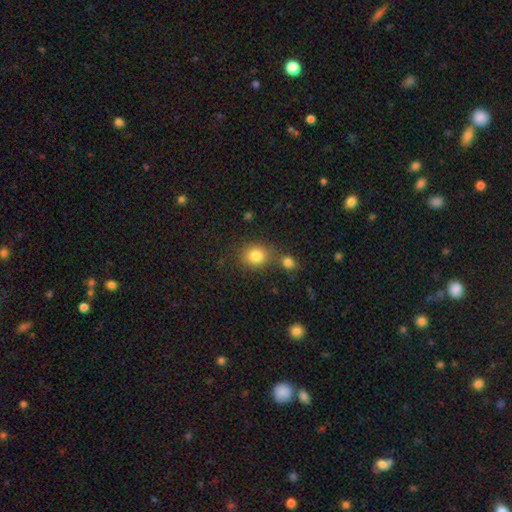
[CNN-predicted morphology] Smooth or featured?
  - smooth: 83% *
  - star or artifact: 11%
  - featured or disk: 7%
How rounded?
  - round: 78% *
  - in between: 21%
  - cigar-shaped: 1%
Merging?
  - none: 66% *
  - merger: 20%
  - minor disturbance: 10%
  - major disturbance: 4%